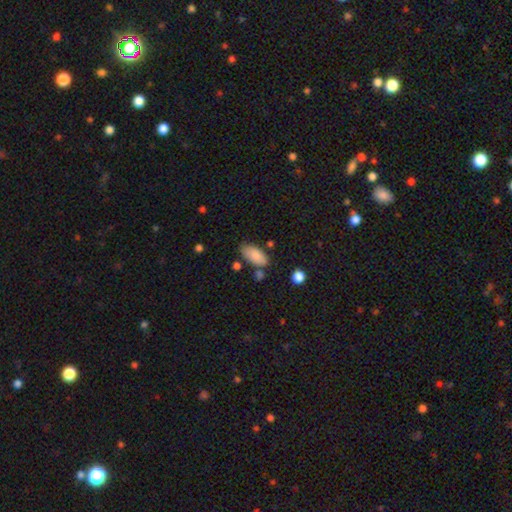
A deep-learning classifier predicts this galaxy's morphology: Smooth or featured?
  - smooth: 85% *
  - featured or disk: 8%
  - star or artifact: 7%
How rounded?
  - in between: 91% *
  - cigar-shaped: 6%
  - round: 2%
Merging?
  - none: 70% *
  - minor disturbance: 18%
  - merger: 7%
  - major disturbance: 4%